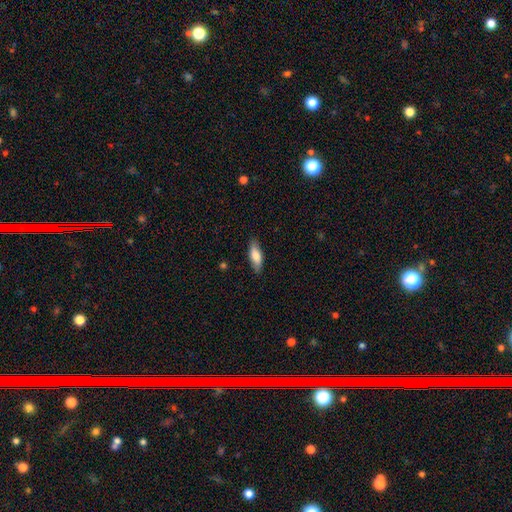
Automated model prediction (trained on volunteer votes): Morphology: type=smooth (77%); roundness=in between (66%); merging=none (85%).